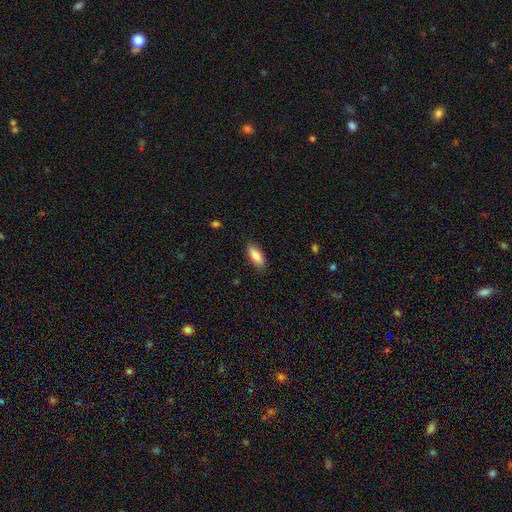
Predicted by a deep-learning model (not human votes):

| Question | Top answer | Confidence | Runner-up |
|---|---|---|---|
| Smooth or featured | smooth | 85% | featured or disk (9%) |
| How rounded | in between | 78% | cigar-shaped (20%) |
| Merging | none | 86% | minor disturbance (11%) |